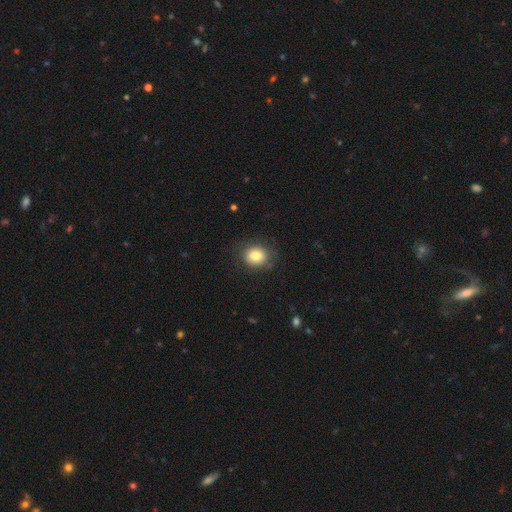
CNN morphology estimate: This appears to be a smooth galaxy with no disk features (81%) that is round (65%). Merging: none (80%).